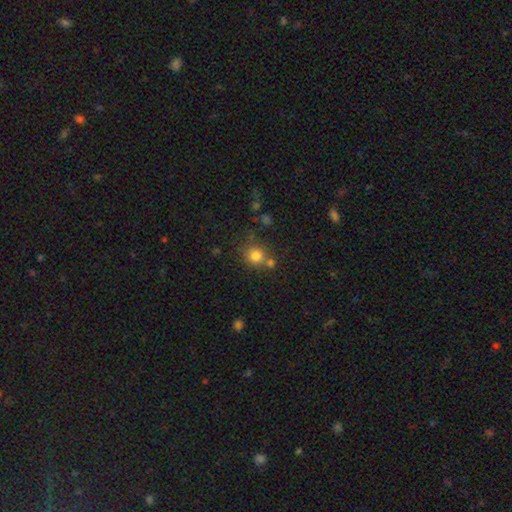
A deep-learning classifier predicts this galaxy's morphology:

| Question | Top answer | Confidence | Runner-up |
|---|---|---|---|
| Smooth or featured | smooth | 79% | star or artifact (13%) |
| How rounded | round | 87% | in between (12%) |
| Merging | none | 64% | merger (21%) |